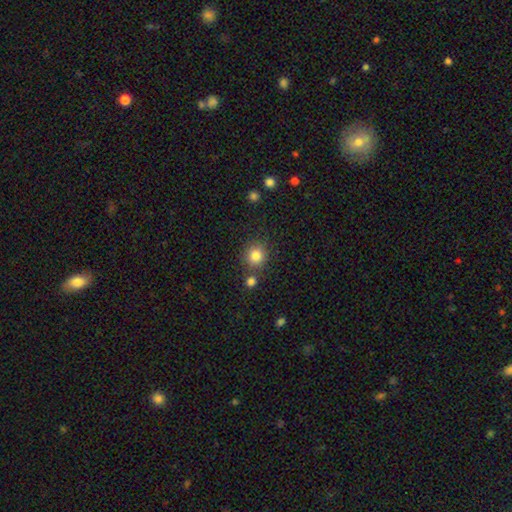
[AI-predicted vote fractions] smooth_or_featured: smooth (p=0.84) [alt: star or artifact p=0.11]
how_rounded: round (p=0.90) [alt: in between p=0.09]
merging: none (p=0.78) [alt: merger p=0.10]